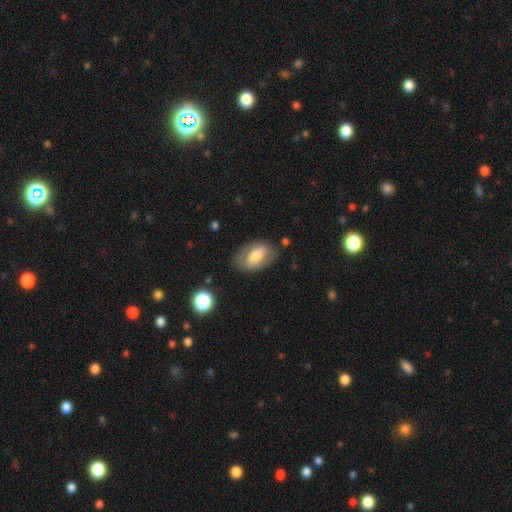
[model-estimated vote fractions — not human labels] A smooth galaxy with no disk features (63%) that is in between round and cigar-shaped (91%). Merging: none (75%).